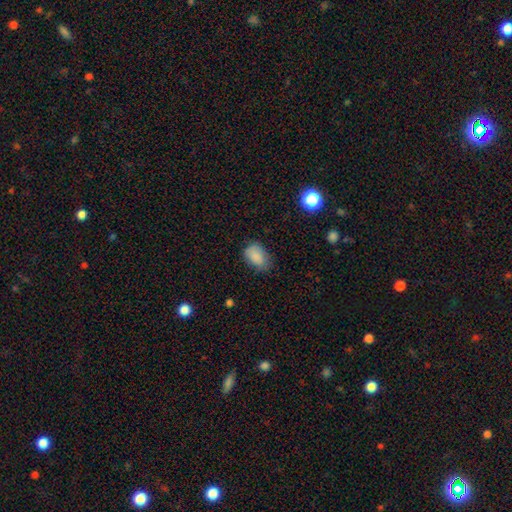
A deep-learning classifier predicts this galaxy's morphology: smooth-or-featured: smooth: 85% | star or artifact: 9% | featured or disk: 6%
  how-rounded: in between: 86% | round: 12% | cigar-shaped: 1%
  merging: none: 62% | minor disturbance: 29% | major disturbance: 7% | merger: 1%